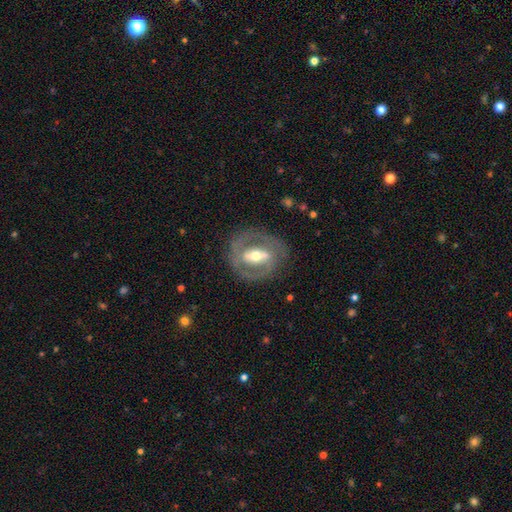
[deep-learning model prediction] This is likely a featured or disk galaxy (76%). It is clearly not viewed edge-on (94%). Bar: possibly strong (46%). Spiral arm pattern: likely yes (60%). Central bulge: likely moderate (64%). Merging: likely none (76%).